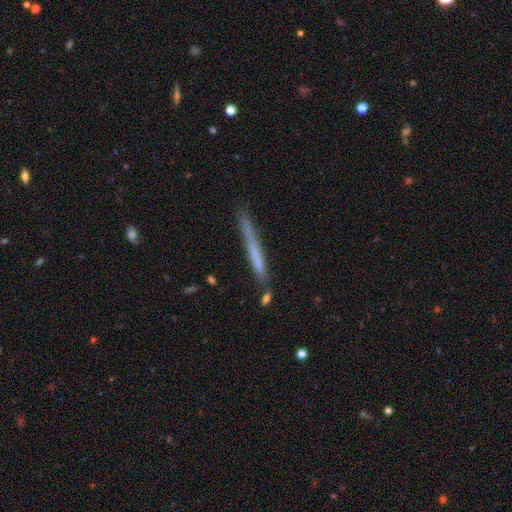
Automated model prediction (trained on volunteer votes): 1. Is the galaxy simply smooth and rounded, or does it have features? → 55% smooth, 38% featured or disk, 7% star or artifact.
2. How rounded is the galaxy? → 97% cigar-shaped, 2% in between, 1% round.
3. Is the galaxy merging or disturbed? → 77% none, 16% minor disturbance, 4% merger, 3% major disturbance.